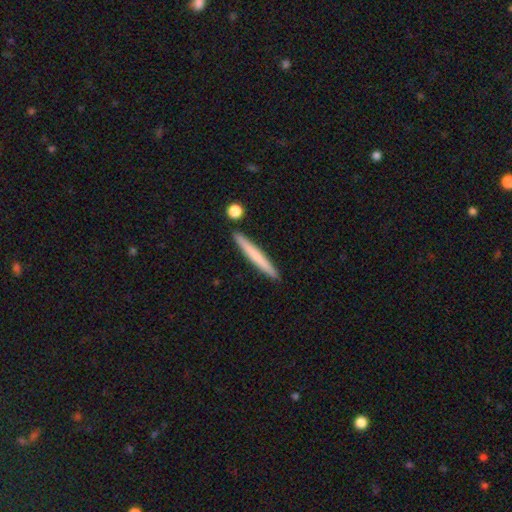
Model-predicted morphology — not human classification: Q: Smooth or featured?
A: smooth (67%); runner-up: featured or disk (28%)
Q: How rounded?
A: cigar-shaped (97%); runner-up: in between (2%)
Q: Merging?
A: none (89%); runner-up: minor disturbance (6%)